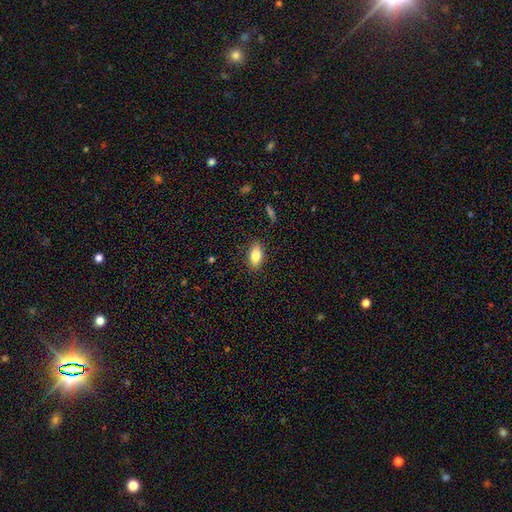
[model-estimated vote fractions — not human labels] Morphology: type=smooth (80%); roundness=in between (88%); merging=none (86%).